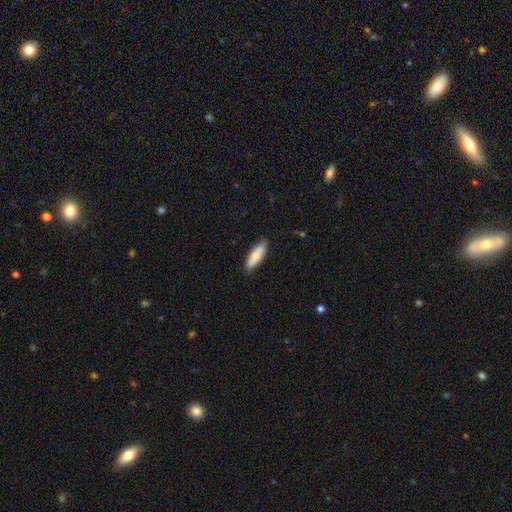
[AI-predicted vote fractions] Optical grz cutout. It shows a smooth galaxy with no disk features (74%) that is in between round and cigar-shaped (50%). Merging: none (84%).